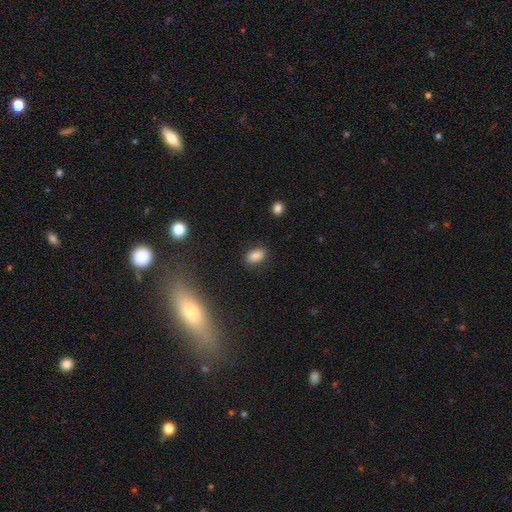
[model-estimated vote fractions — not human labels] Smooth or featured? smooth (85%)
How rounded? in between (88%)
Merging? none (85%)